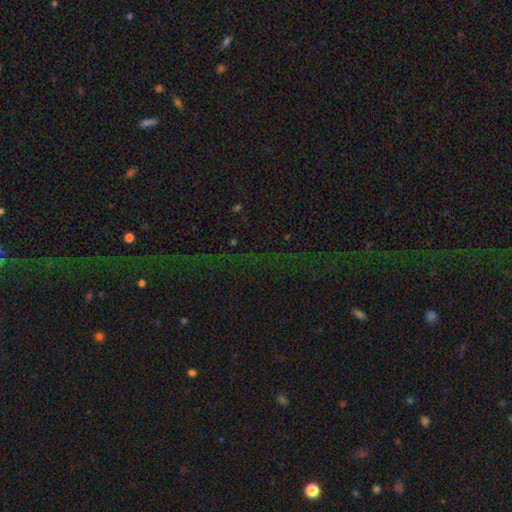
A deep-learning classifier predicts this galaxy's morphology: Smooth or featured? star or artifact (73%)